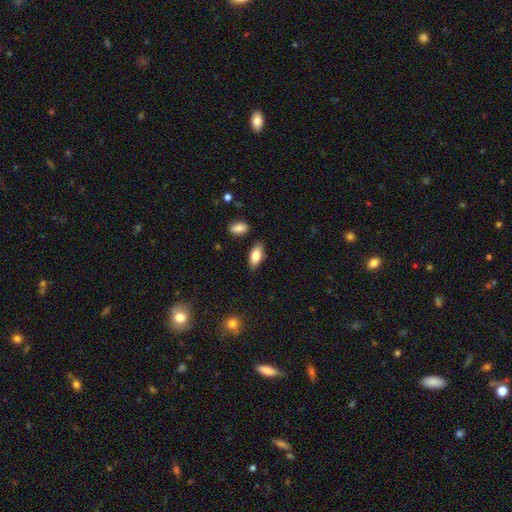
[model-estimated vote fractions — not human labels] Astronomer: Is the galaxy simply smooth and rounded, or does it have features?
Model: smooth — 82%.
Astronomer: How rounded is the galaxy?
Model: in between — 85%.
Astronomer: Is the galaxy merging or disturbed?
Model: none — 84%.